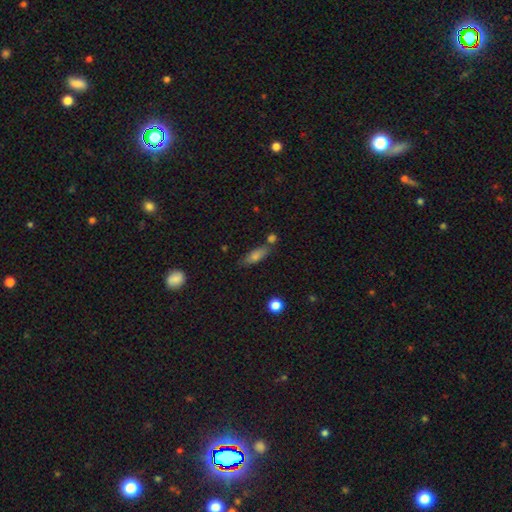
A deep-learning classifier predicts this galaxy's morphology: Smooth or featured?
  - smooth: 72% *
  - featured or disk: 18%
  - star or artifact: 10%
How rounded?
  - in between: 54% *
  - cigar-shaped: 43%
  - round: 4%
Merging?
  - none: 68% *
  - minor disturbance: 15%
  - merger: 12%
  - major disturbance: 4%